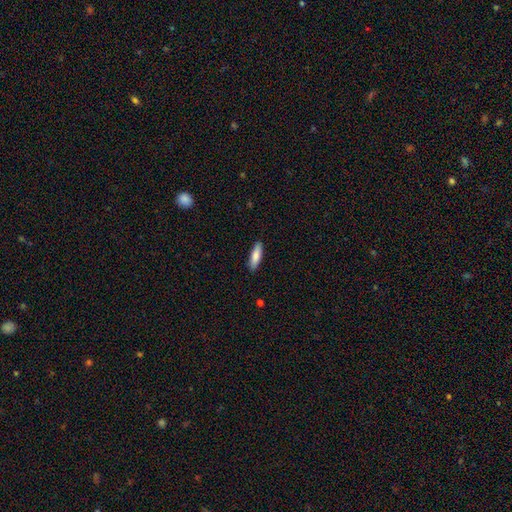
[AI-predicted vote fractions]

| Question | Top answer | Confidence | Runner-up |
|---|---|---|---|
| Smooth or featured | smooth | 83% | featured or disk (12%) |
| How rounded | cigar-shaped | 58% | in between (40%) |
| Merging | none | 88% | minor disturbance (9%) |